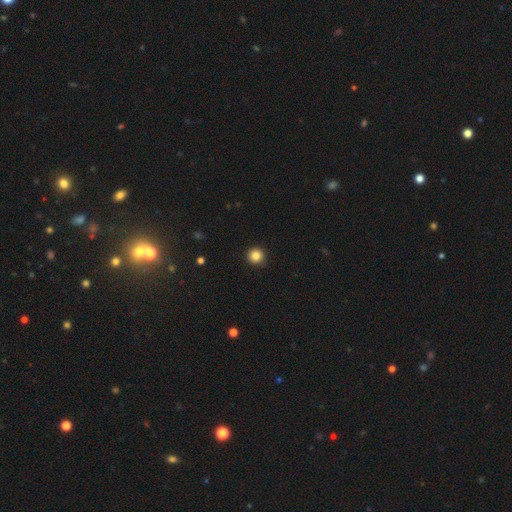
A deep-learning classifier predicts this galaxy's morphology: A smooth galaxy with no disk features (85%) that is round (96%). Merging: none (93%).